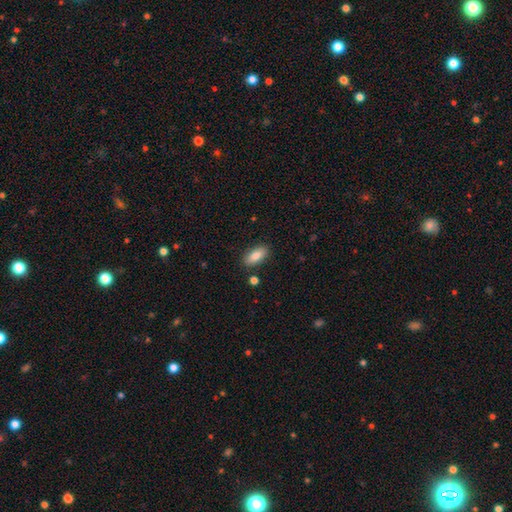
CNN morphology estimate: type=smooth (84%); roundness=in between (86%); merging=none (86%).